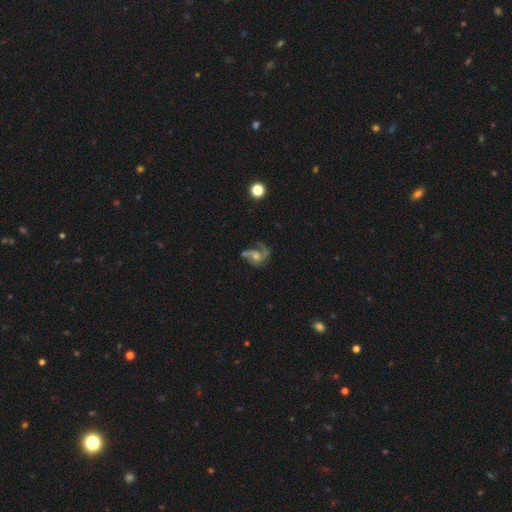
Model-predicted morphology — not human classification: Smooth or featured?
  - featured or disk: 78% *
  - smooth: 12%
  - star or artifact: 10%
Edge-on disk?
  - no: 97% *
  - yes: 3%
Bar?
  - no: 60% *
  - weak: 32%
  - strong: 8%
Spiral arms?
  - yes: 91% *
  - no: 9%
Spiral winding?
  - loose: 48% *
  - medium: 42%
  - tight: 11%
Spiral arm count?
  - 2: 62% *
  - 3: 13%
  - 1: 12%
  - can't tell: 7%
  - 4: 3%
  - more than 4: 2%
Bulge size?
  - moderate: 48% *
  - small: 35%
  - none: 8%
  - large: 7%
  - dominant: 2%
Merging?
  - none: 49% *
  - major disturbance: 27%
  - minor disturbance: 18%
  - merger: 6%